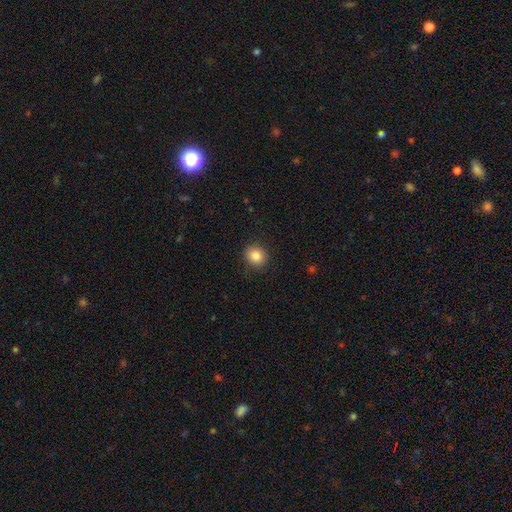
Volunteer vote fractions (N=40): Volunteers were most divided on "how rounded": round: 78%, in between: 22%, cigar-shaped: 0%. More confident: smooth or featured — smooth (80%); merging — none (78%).